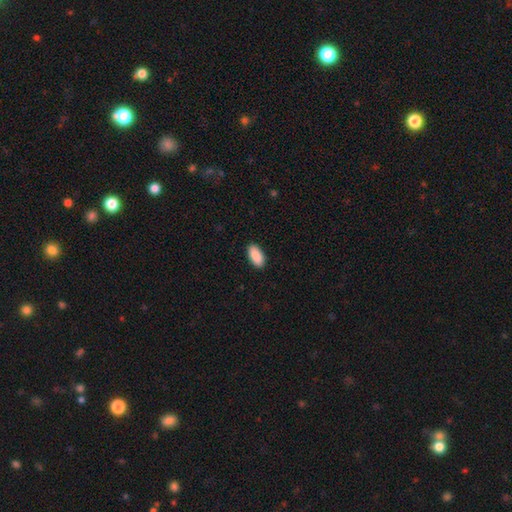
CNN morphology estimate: A smooth galaxy with no disk features (90%) that is in between round and cigar-shaped (95%).

Vote fractions:
- Smooth or featured? smooth: 90% / star or artifact: 6% / featured or disk: 4%
- How rounded? in between: 95% / cigar-shaped: 3% / round: 2%
- Merging? none: 90% / minor disturbance: 8% / major disturbance: 2% / merger: 1%